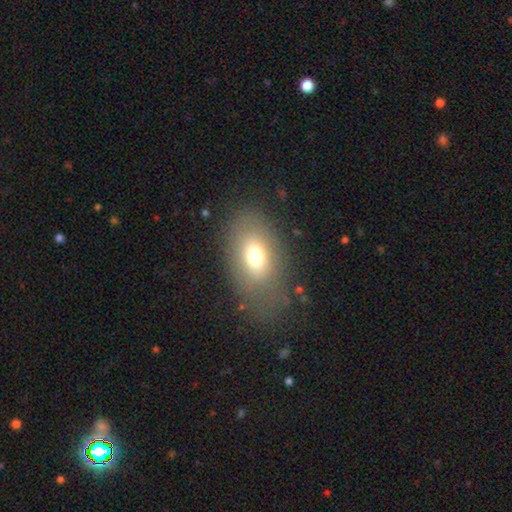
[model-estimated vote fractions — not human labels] smooth_or_featured: smooth (p=0.69) [alt: featured or disk p=0.19]
how_rounded: in between (p=0.82) [alt: round p=0.16]
merging: none (p=0.68) [alt: minor disturbance p=0.17]